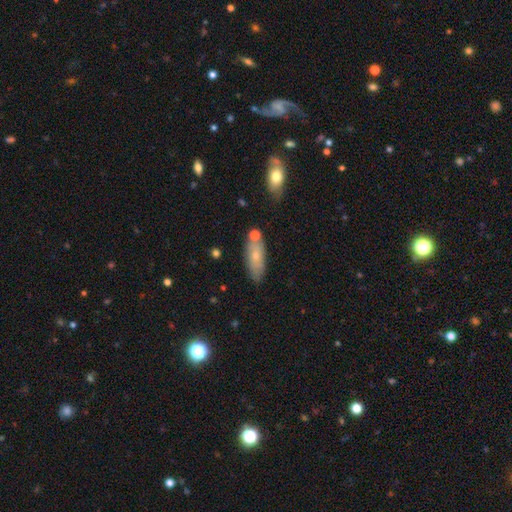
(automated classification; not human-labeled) Smooth or featured: smooth — 70% (featured or disk — 23%)
How rounded: in between — 72% (cigar-shaped — 25%)
Merging: none — 70% (minor disturbance — 18%)